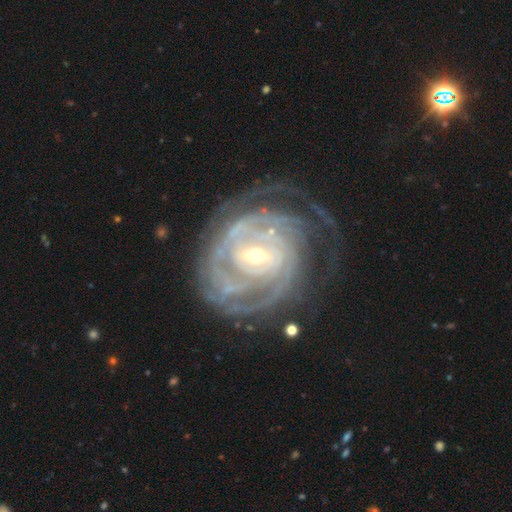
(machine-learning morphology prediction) smooth-or-featured: featured or disk: 91% | star or artifact: 5% | smooth: 5%
  disk-edge-on: no: 97% | yes: 3%
    bar: weak: 46% | no: 29% | strong: 26%
    has-spiral-arms: yes: 97% | no: 3%
      spiral-winding: tight: 78% | medium: 18% | loose: 4%
      spiral-arm-count: can't tell: 33% | 2: 18% | 3: 17% | 4: 16% | more than 4: 9% | 1: 7%
    bulge-size: small: 57% | moderate: 39% | large: 2% | none: 1% | dominant: 1%
  merging: none: 62% | minor disturbance: 20% | major disturbance: 16% | merger: 2%